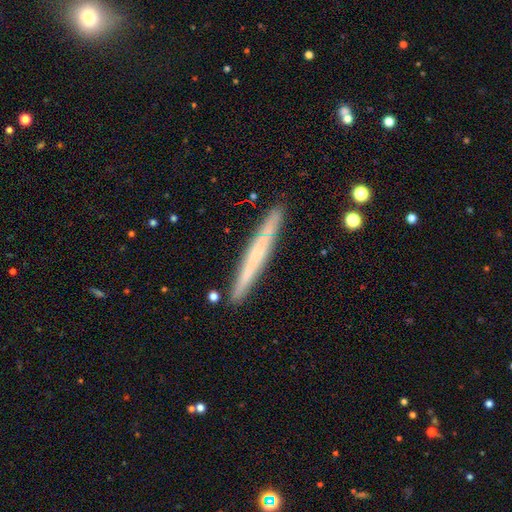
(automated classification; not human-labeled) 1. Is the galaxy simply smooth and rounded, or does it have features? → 49% featured or disk, 44% smooth, 7% star or artifact.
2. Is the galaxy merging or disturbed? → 88% none, 9% minor disturbance, 2% merger, 2% major disturbance.